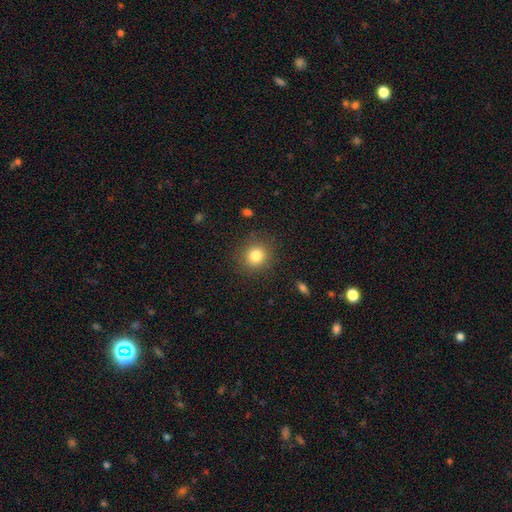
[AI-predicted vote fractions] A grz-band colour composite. It shows a smooth galaxy with no disk features (81%) that is round (88%). Merging: none (87%).